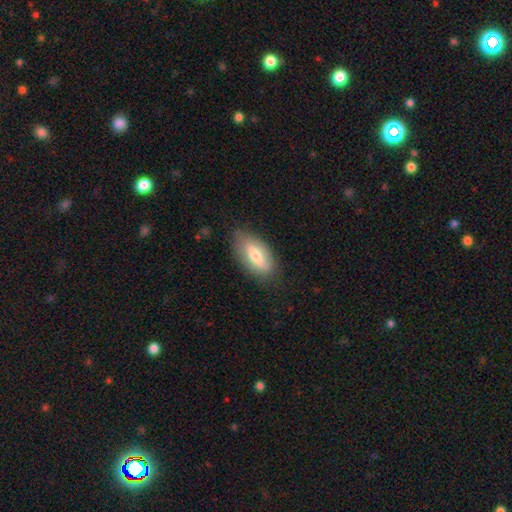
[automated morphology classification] smooth-or-featured: smooth: 64% | featured or disk: 30% | star or artifact: 6%
  how-rounded: in between: 89% | cigar-shaped: 8% | round: 3%
  merging: none: 78% | minor disturbance: 17% | major disturbance: 3% | merger: 1%